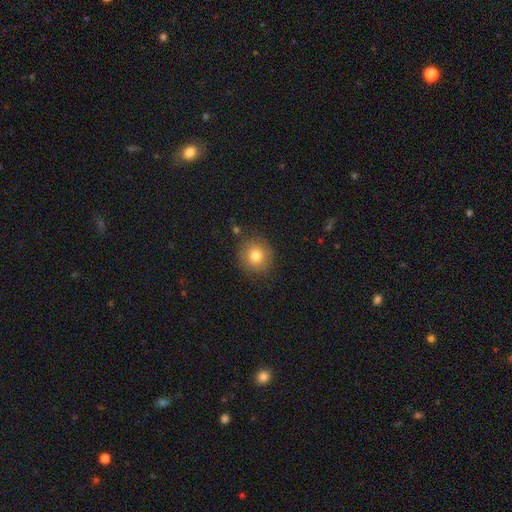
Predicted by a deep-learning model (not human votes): A smooth galaxy with no disk features (77%) that is round (91%).

Vote fractions:
- Smooth or featured? smooth: 77% / featured or disk: 13% / star or artifact: 10%
- How rounded? round: 91% / in between: 8% / cigar-shaped: 1%
- Merging? none: 83% / minor disturbance: 11% / major disturbance: 3% / merger: 2%